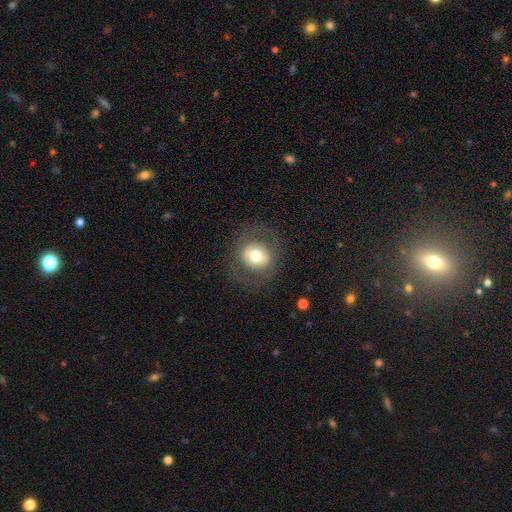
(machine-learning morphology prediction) Smooth or featured?
  - smooth: 56% *
  - featured or disk: 35%
  - star or artifact: 9%
How rounded?
  - round: 81% *
  - in between: 18%
  - cigar-shaped: 1%
Merging?
  - none: 78% *
  - minor disturbance: 11%
  - major disturbance: 10%
  - merger: 1%